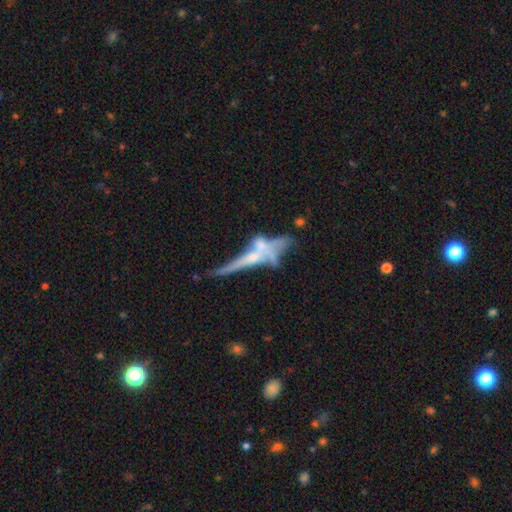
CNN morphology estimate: featured or disk 64%, smooth 25%, star or artifact 11%. Down the decision tree: edge-on disk — yes (70%); merging — merger (43%).